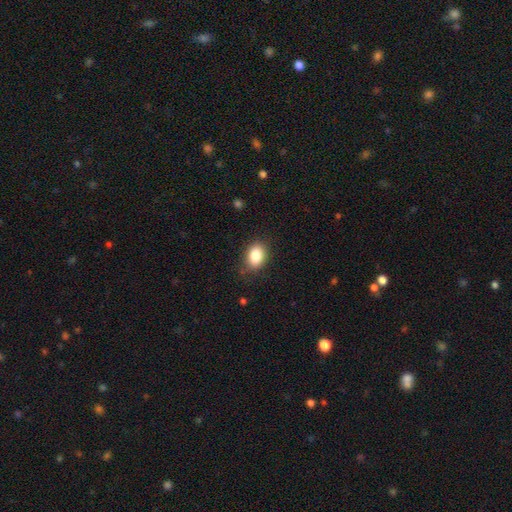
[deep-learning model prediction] smooth 86%, star or artifact 8%, featured or disk 6%. Down the decision tree: how rounded — in between (78%); merging — none (82%).